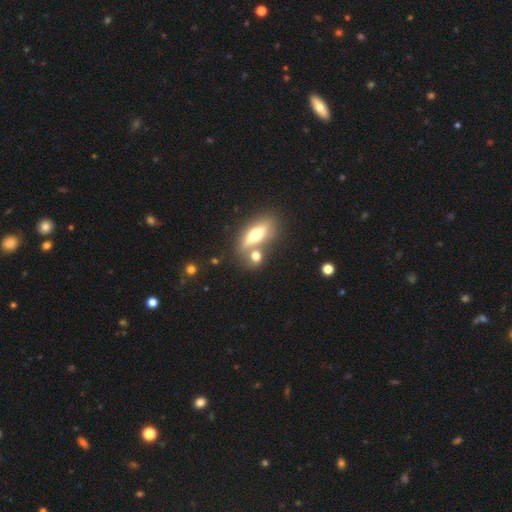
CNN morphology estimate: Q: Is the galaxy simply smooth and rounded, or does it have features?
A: smooth — 61%.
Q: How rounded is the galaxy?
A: in between — 44%.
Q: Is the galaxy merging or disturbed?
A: none — 55%.